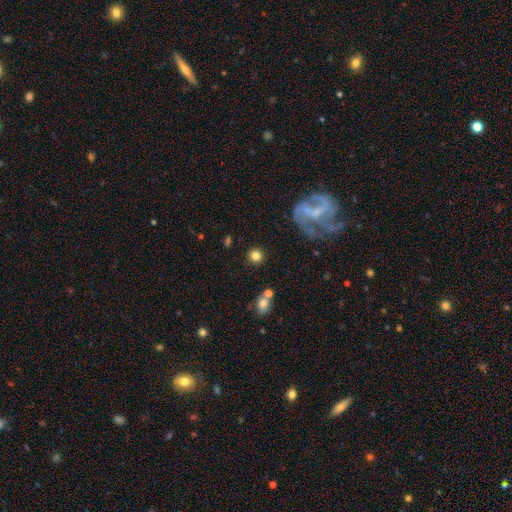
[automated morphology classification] Smooth or featured? smooth (80%)
How rounded? round (91%)
Merging? none (85%)